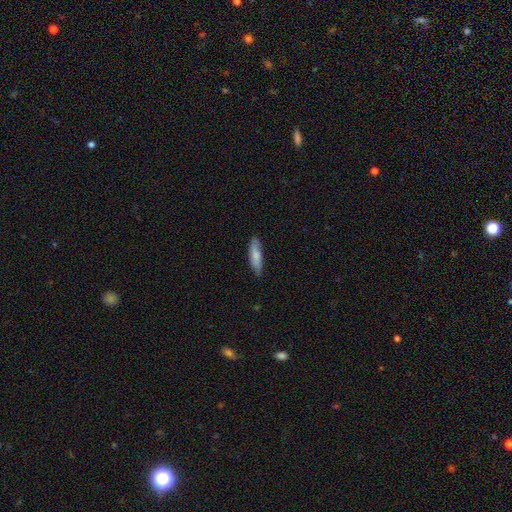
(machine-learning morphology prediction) Smooth or featured? smooth (78%)
How rounded? cigar-shaped (70%)
Merging? none (84%)